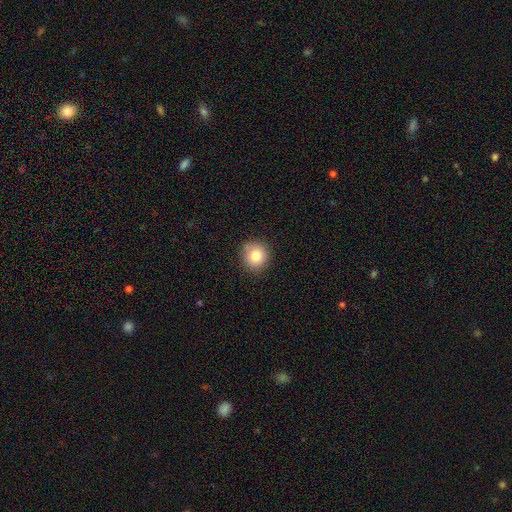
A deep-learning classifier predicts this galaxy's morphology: Overall: smooth (82%). How rounded: round (89%). Merging: none (87%).